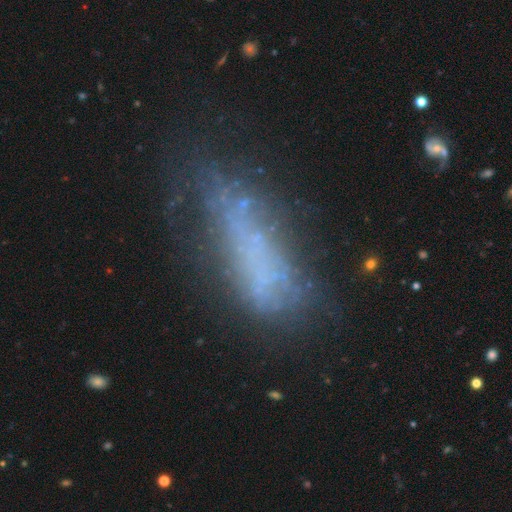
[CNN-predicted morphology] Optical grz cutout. It shows a featured or disk galaxy (41%, tied with smooth). Merging: none (43%).